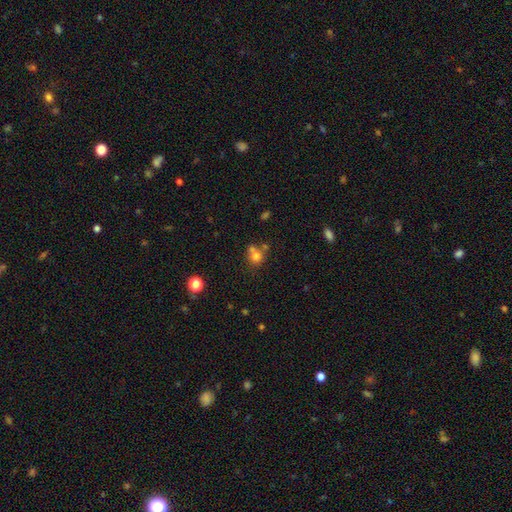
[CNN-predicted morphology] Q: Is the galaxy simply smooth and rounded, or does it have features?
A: smooth — 73%.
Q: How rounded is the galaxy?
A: round — 81%.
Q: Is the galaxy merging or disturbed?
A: none — 48%.